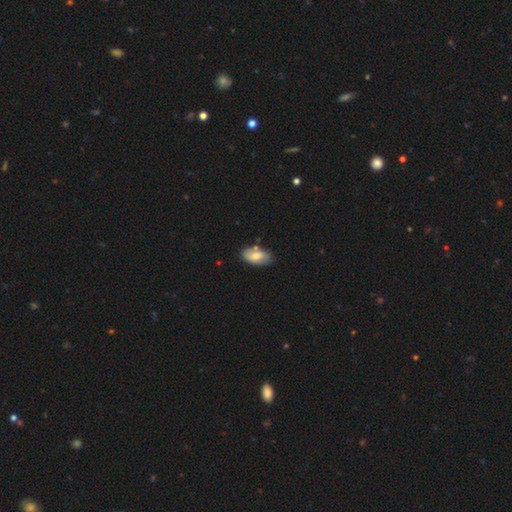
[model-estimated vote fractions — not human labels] smooth-or-featured: smooth: 70% | featured or disk: 23% | star or artifact: 7%
  how-rounded: in between: 93% | round: 3% | cigar-shaped: 3%
  merging: none: 72% | minor disturbance: 19% | merger: 7% | major disturbance: 3%